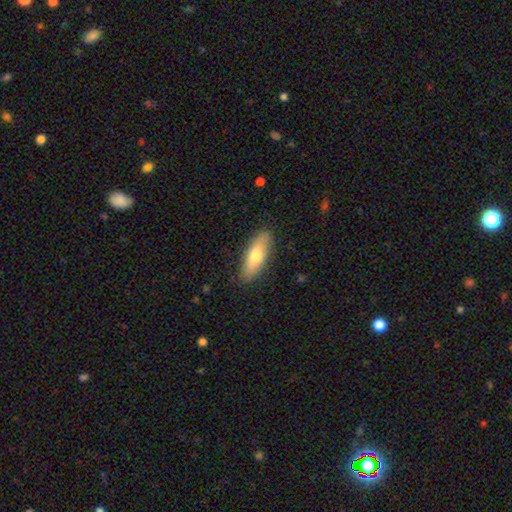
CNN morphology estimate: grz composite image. It shows a smooth galaxy with no disk features (70%) that is in between round and cigar-shaped (63%). Merging: none (86%).